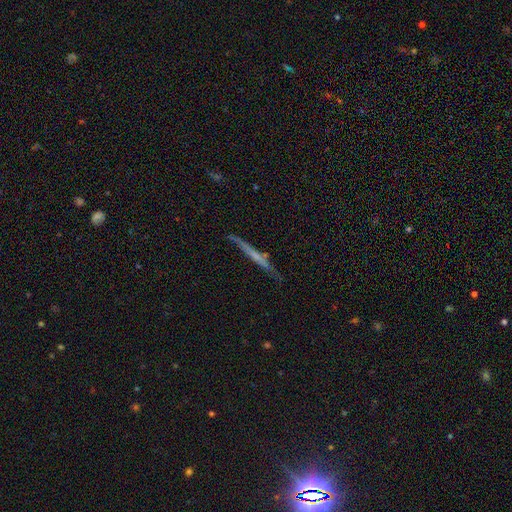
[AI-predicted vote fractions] Smooth or featured? featured or disk (57%)
Edge-on disk? yes (95%)
Edge-on bulge? none (75%)
Merging? none (79%)